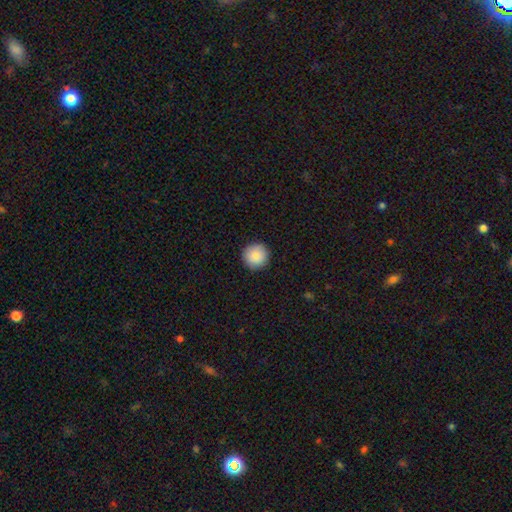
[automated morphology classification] A smooth galaxy with no disk features (86%) that is round (96%). Merging: none (92%).